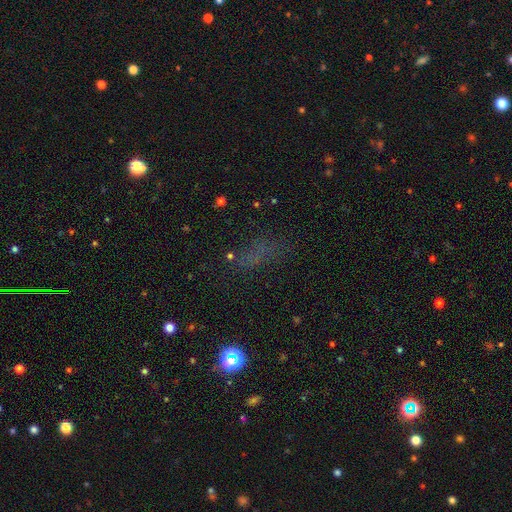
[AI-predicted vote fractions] Smooth or featured: star or artifact — 45% (smooth — 39%)